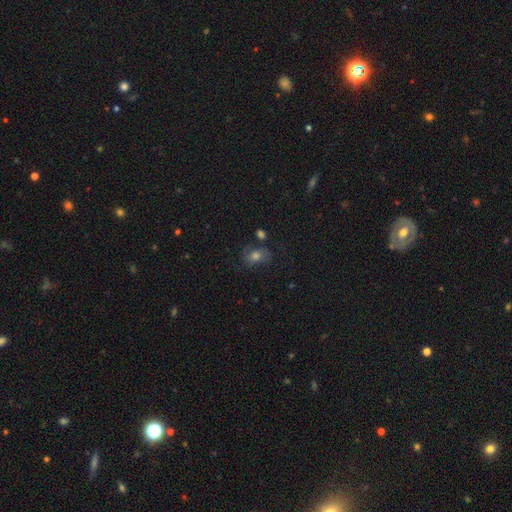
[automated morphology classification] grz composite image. It shows a smooth galaxy with no disk features (43%). Merging: none (63%).